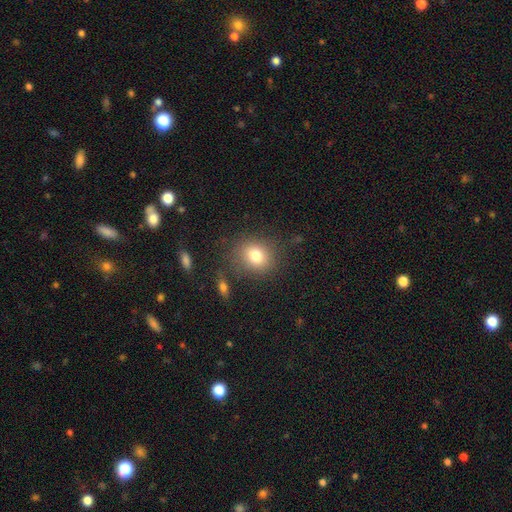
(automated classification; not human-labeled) A smooth galaxy with no disk features (78%) that is round (73%).

Vote fractions:
- Smooth or featured? smooth: 78% / star or artifact: 12% / featured or disk: 10%
- How rounded? round: 73% / in between: 26% / cigar-shaped: 1%
- Merging? none: 80% / minor disturbance: 12% / major disturbance: 5% / merger: 3%